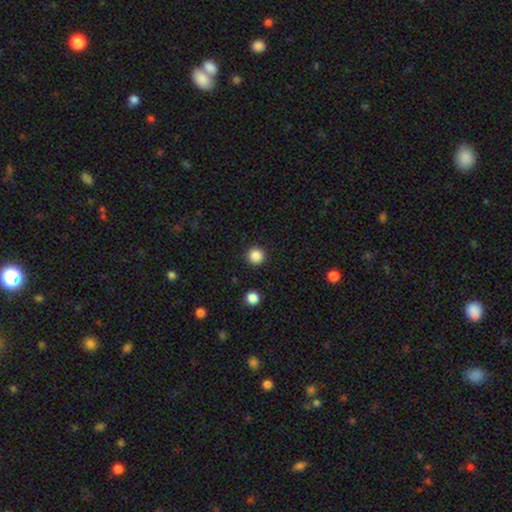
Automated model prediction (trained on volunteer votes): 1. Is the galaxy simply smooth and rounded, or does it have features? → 86% smooth, 11% star or artifact, 3% featured or disk.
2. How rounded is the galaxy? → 96% round, 3% in between, 1% cigar-shaped.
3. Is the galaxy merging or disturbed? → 92% none, 4% minor disturbance, 2% major disturbance, 1% merger.